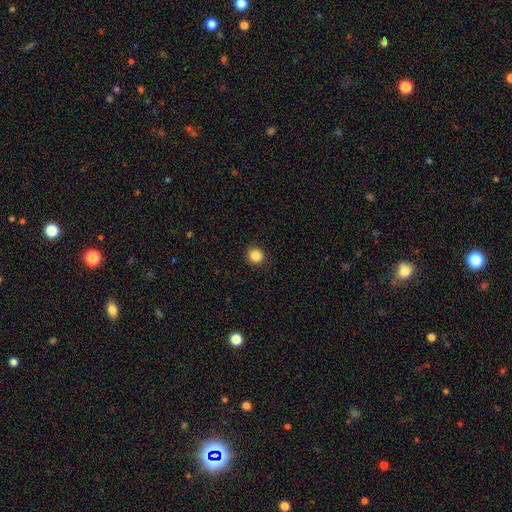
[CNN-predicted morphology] Smooth or featured: smooth — 86% (star or artifact — 11%)
How rounded: round — 91% (in between — 8%)
Merging: none — 92% (minor disturbance — 5%)